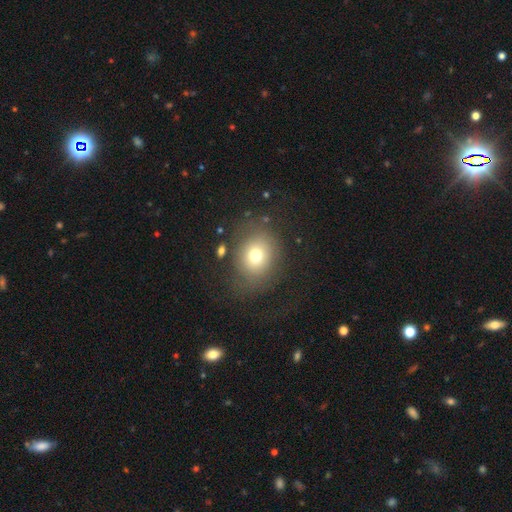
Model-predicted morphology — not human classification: Smooth or featured?
  - smooth: 72% *
  - featured or disk: 15%
  - star or artifact: 14%
How rounded?
  - round: 65% *
  - in between: 34%
  - cigar-shaped: 1%
Merging?
  - none: 71% *
  - minor disturbance: 16%
  - major disturbance: 10%
  - merger: 3%